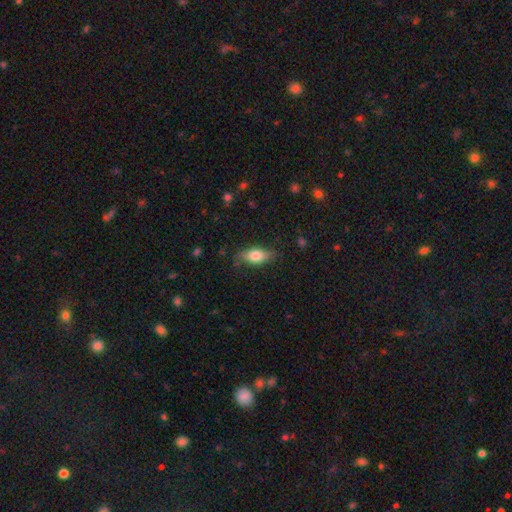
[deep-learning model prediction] Overall: smooth (74%). How rounded: in between (85%). Merging: none (72%).